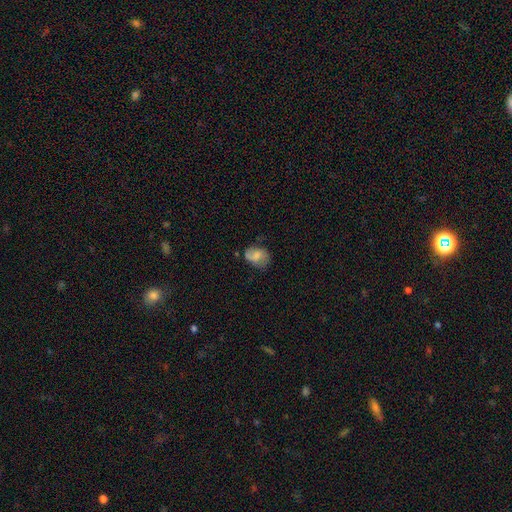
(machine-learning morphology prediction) Overall: smooth (52%; featured or disk 39%). How rounded: in between (65%; round 34%). Merging: none (54%; minor disturbance 29%).